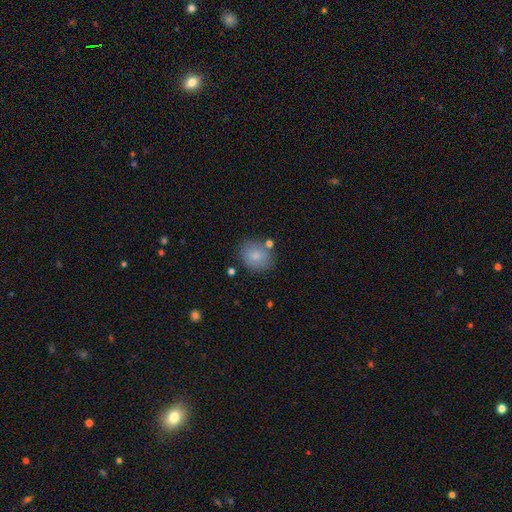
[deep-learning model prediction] Smooth or featured? smooth (80%)
How rounded? round (68%)
Merging? none (74%)